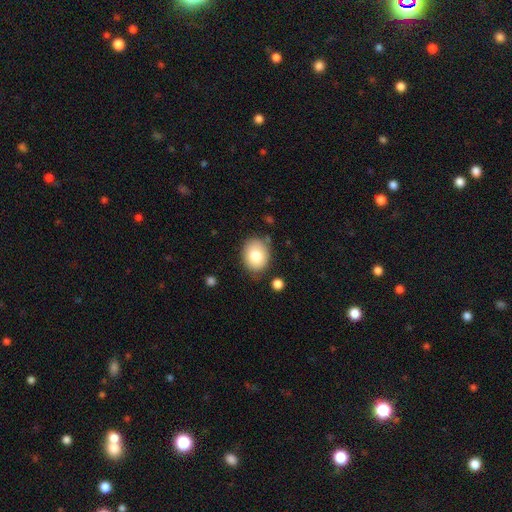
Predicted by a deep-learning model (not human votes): Smooth or featured?
  - smooth: 78% *
  - featured or disk: 13%
  - star or artifact: 8%
How rounded?
  - round: 50% *
  - in between: 49%
  - cigar-shaped: 1%
Merging?
  - none: 78% *
  - minor disturbance: 15%
  - major disturbance: 3%
  - merger: 3%